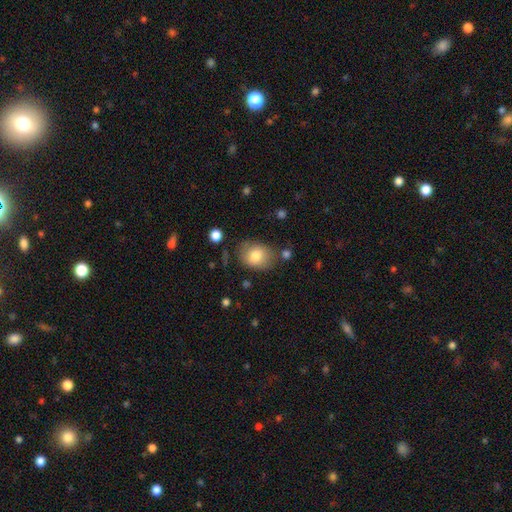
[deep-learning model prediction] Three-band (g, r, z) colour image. It shows a smooth galaxy with no disk features (79%) that is in between round and cigar-shaped (57%). Merging: none (71%).